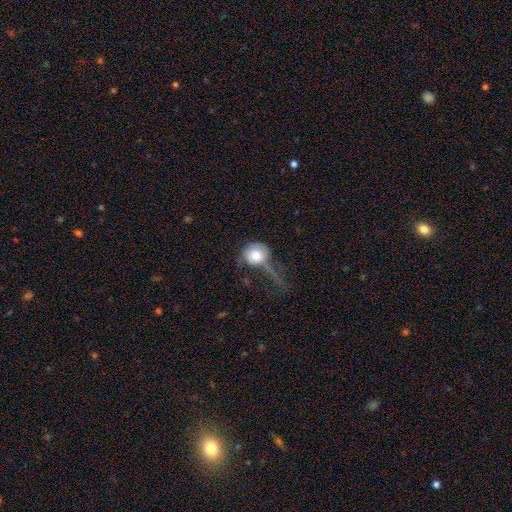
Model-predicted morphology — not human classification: Smooth or featured: smooth — 72% (featured or disk — 19%)
How rounded: round — 84% (in between — 15%)
Merging: major disturbance — 48% (none — 23%)